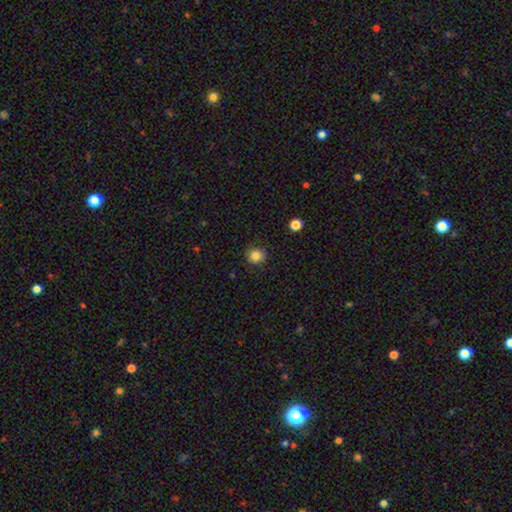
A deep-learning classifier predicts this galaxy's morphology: Smooth or featured? smooth (84%)
How rounded? round (89%)
Merging? none (88%)